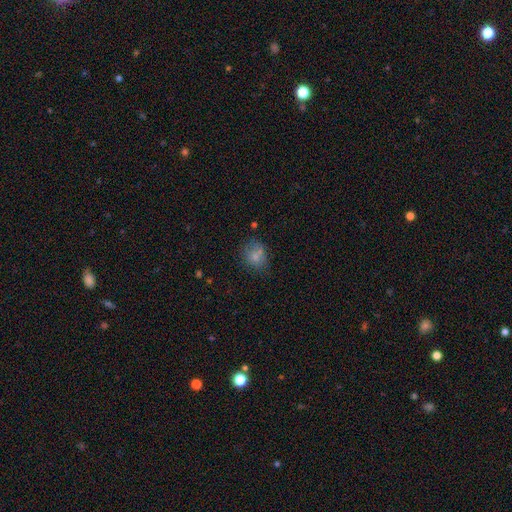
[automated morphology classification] This is likely a smooth galaxy (71%). How rounded: possibly round (56%). Merging: possibly none (57%).